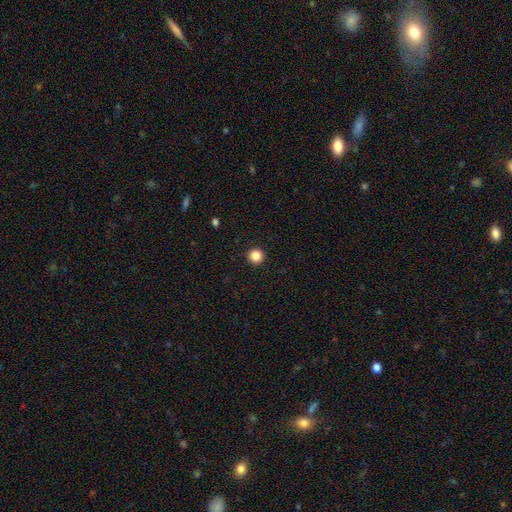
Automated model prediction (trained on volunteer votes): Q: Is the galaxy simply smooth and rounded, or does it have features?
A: smooth — 86%.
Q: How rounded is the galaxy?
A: round — 96%.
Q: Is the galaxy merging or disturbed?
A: none — 93%.